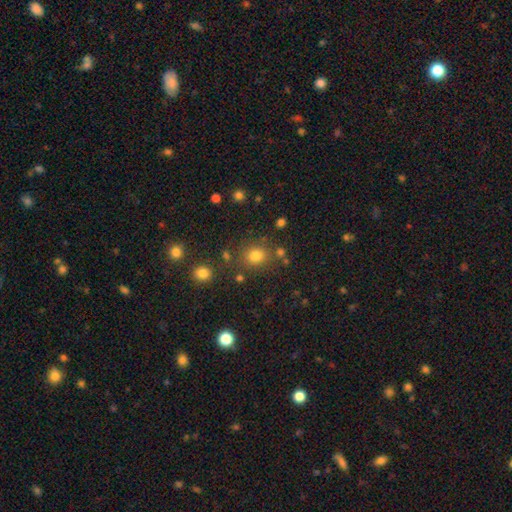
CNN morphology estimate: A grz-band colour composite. It shows a smooth galaxy with no disk features (78%) that is round (80%). Merging: none (79%).